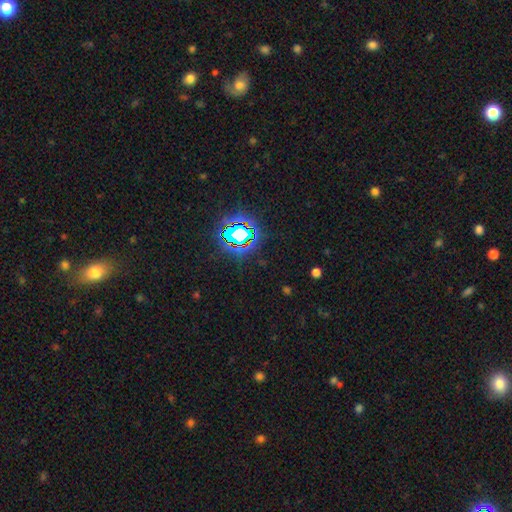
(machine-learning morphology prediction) A star or artifact, not a galaxy (79%).

Vote fractions:
- Smooth or featured? star or artifact: 79% / smooth: 13% / featured or disk: 9%